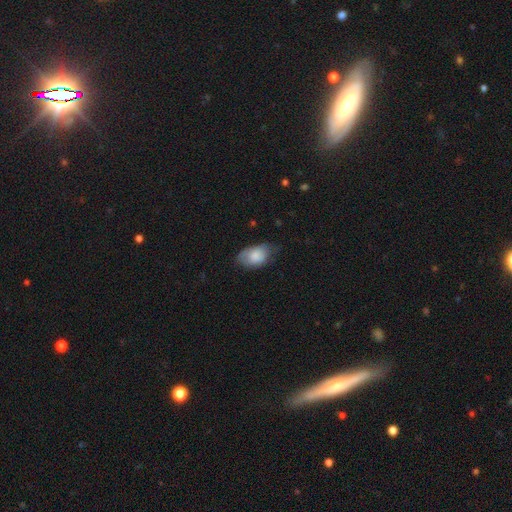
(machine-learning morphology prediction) Overall: smooth (81%). How rounded: in between (90%). Merging: none (49%; minor disturbance 38%).